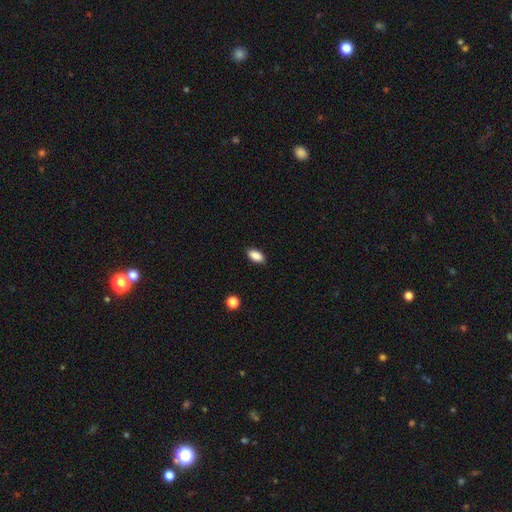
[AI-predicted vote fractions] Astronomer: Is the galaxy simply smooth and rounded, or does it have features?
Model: smooth — 88%.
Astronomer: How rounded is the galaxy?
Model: in between — 91%.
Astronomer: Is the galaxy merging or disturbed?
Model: none — 89%.